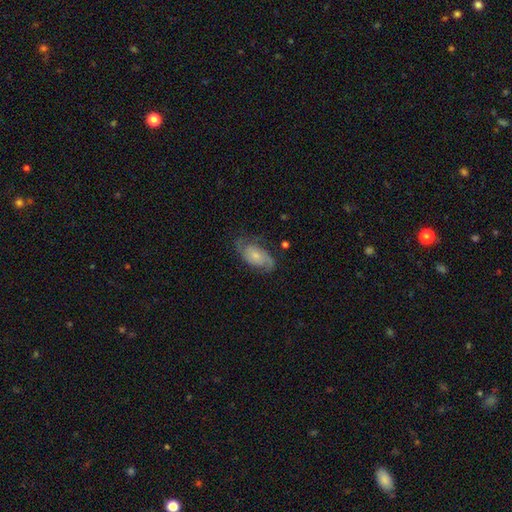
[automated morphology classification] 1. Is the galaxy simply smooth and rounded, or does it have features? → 69% featured or disk, 25% smooth, 7% star or artifact.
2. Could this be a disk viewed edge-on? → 95% no, 5% yes.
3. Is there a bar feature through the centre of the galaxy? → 70% no, 26% weak, 4% strong.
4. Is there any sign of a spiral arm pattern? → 91% yes, 9% no.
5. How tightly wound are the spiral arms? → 44% medium, 33% tight, 23% loose.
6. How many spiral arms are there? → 74% 2, 13% can't tell, 6% 1, 4% 3, 1% 4, 1% more than 4.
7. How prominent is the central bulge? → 52% small, 36% moderate, 7% none, 4% large, 1% dominant.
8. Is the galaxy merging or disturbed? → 67% none, 21% minor disturbance, 10% major disturbance, 2% merger.